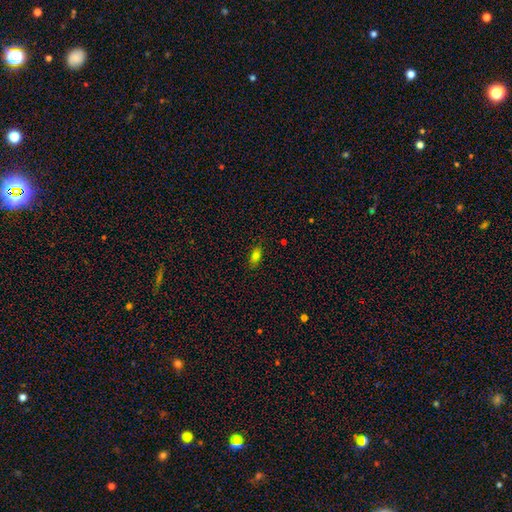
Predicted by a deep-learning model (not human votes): Overall: smooth (79%). How rounded: in between (87%). Merging: none (83%).